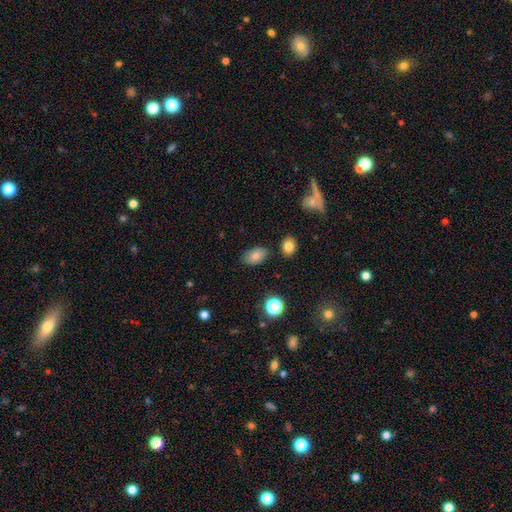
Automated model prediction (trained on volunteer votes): Smooth or featured? smooth (81%)
How rounded? in between (89%)
Merging? none (82%)